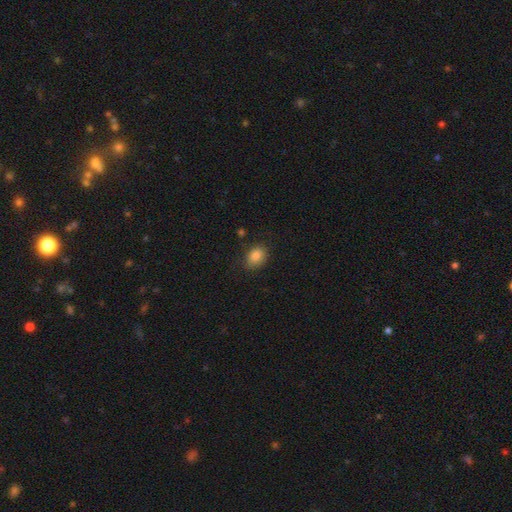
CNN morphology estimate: A smooth galaxy with no disk features (84%) that is in between round and cigar-shaped (65%). Merging: none (80%).